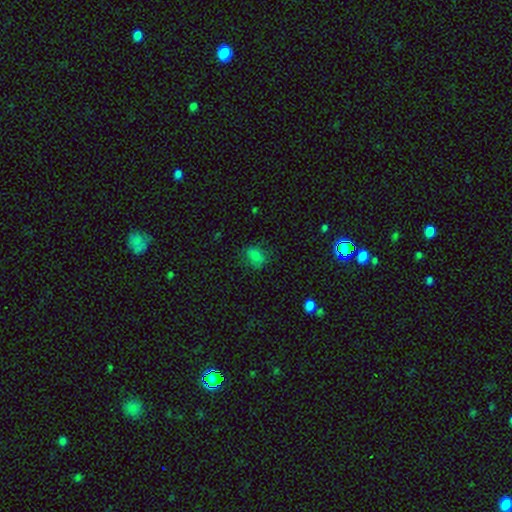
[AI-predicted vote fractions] Smooth or featured? Predicted: smooth (p=0.71). How rounded? Predicted: in between (p=0.58). Merging? Predicted: none (p=0.74).